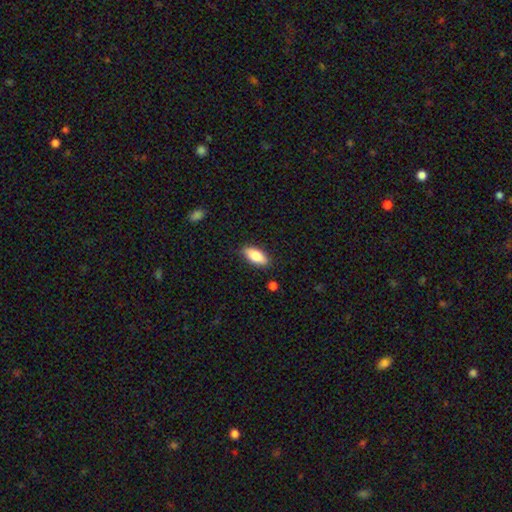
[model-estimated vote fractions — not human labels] A smooth galaxy with no disk features (81%) that is in between round and cigar-shaped (80%). Merging: none (86%).